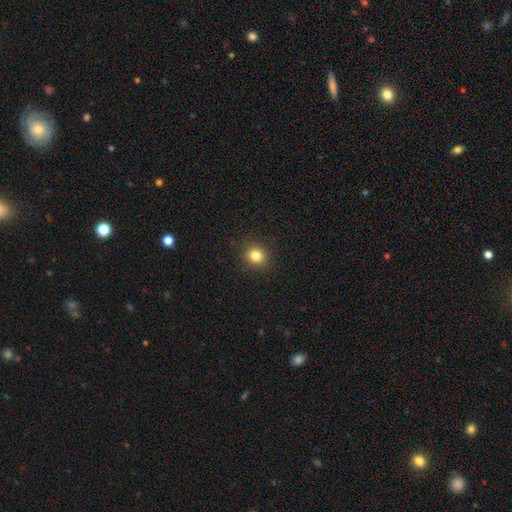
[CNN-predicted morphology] Smooth or featured? smooth (82%)
How rounded? round (86%)
Merging? none (91%)